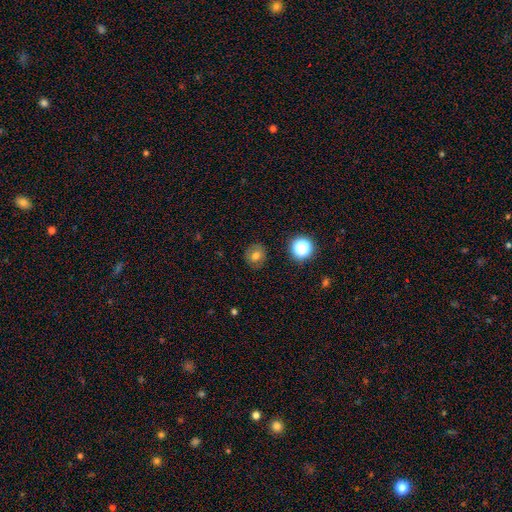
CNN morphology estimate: This appears to be a smooth galaxy with no disk features (69%) that is round (81%). Merging: none (86%).